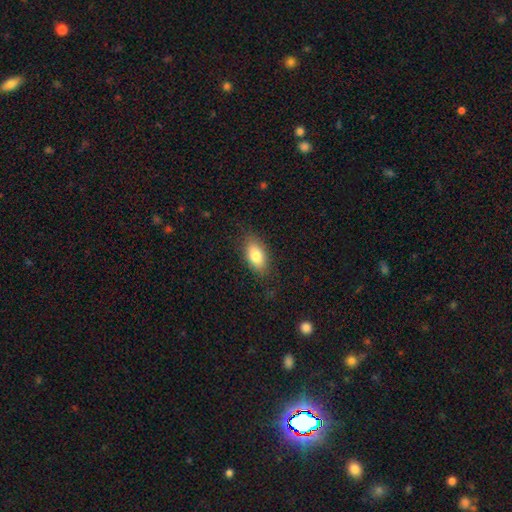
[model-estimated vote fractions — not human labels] Overall: smooth (80%). How rounded: in between (89%). Merging: none (82%).